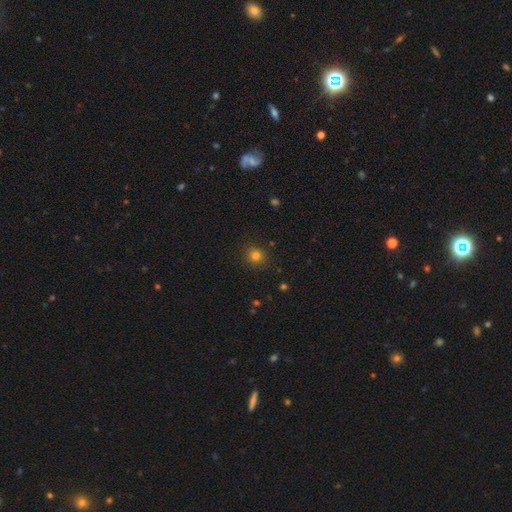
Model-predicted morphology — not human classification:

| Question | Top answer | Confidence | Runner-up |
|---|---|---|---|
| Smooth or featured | smooth | 79% | star or artifact (15%) |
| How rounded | round | 88% | in between (11%) |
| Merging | none | 88% | minor disturbance (8%) |